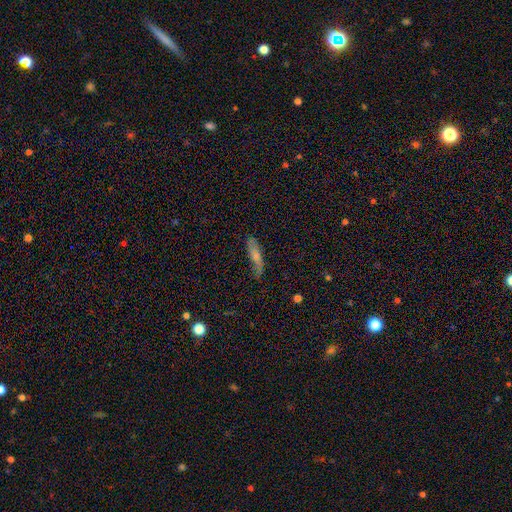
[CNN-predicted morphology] Overall: smooth (63%; featured or disk 30%). How rounded: cigar-shaped (69%). Merging: none (62%; minor disturbance 28%).